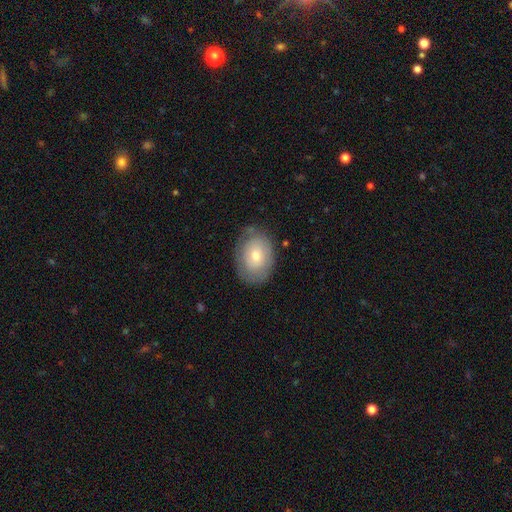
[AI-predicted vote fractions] The model was most divided on "smooth or featured": smooth: 60%, featured or disk: 32%, star or artifact: 8%. More confident: how rounded — in between (75%); merging — none (75%).